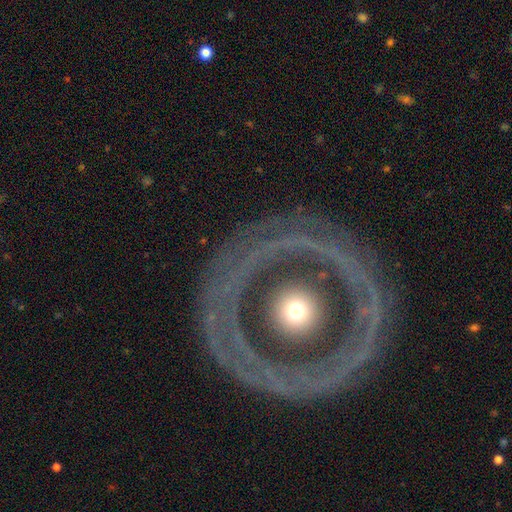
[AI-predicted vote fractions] This appears to be a featured or disk galaxy (71%) with no bar (83%), no spiral arms (77%) and a moderate central bulge (72%). Merging: none (82%).